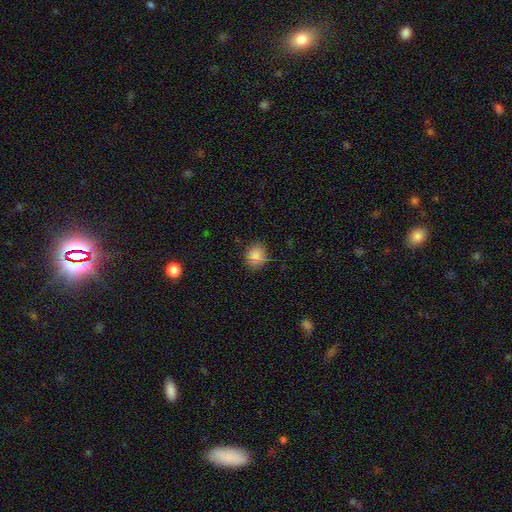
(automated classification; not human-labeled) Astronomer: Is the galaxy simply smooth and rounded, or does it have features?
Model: smooth — 86%.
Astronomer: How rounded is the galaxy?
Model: round — 77%.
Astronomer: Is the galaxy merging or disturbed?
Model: none — 84%.